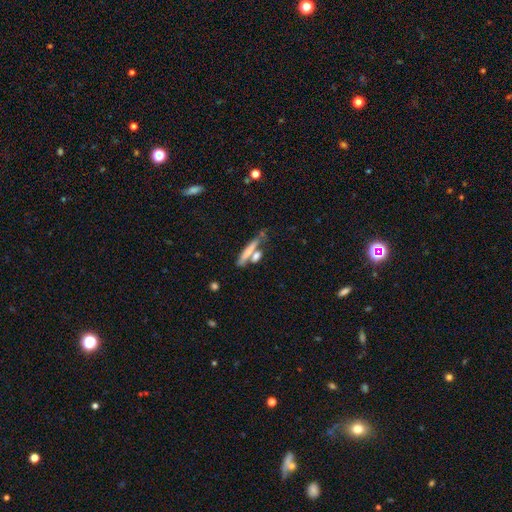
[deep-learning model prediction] Smooth or featured? smooth (63%)
How rounded? cigar-shaped (71%)
Merging? none (50%)